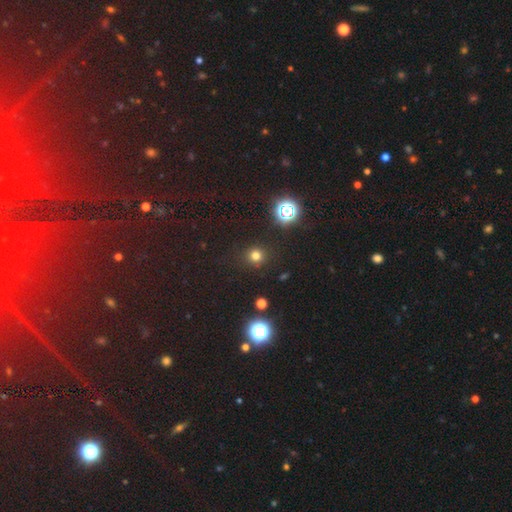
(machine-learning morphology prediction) Smooth or featured? smooth (73%)
How rounded? round (93%)
Merging? none (90%)